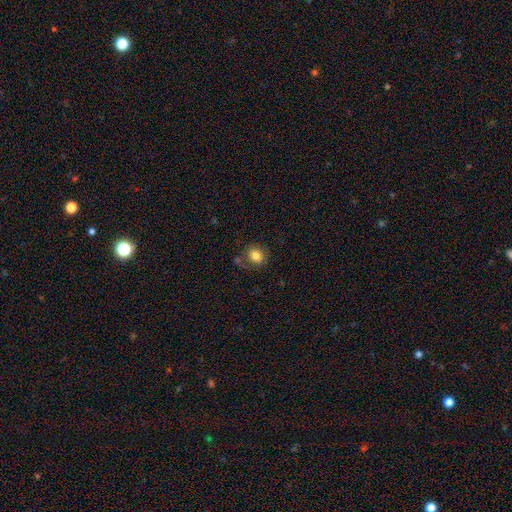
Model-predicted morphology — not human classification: The model was most divided on "how rounded": round: 56%, in between: 43%, cigar-shaped: 1%. More confident: smooth or featured — smooth (80%); merging — none (71%).